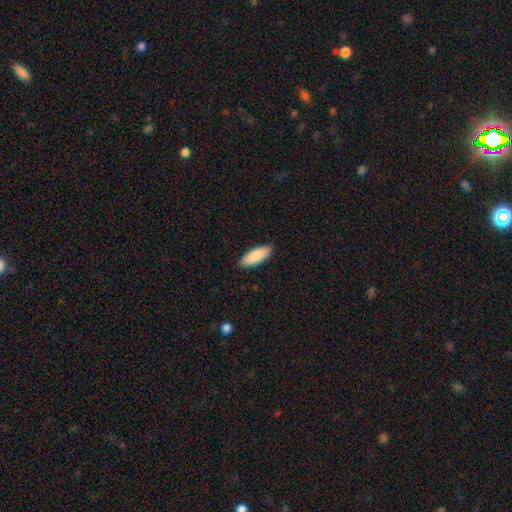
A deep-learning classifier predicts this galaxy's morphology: type=smooth (87%); roundness=in between (72%); merging=none (88%).